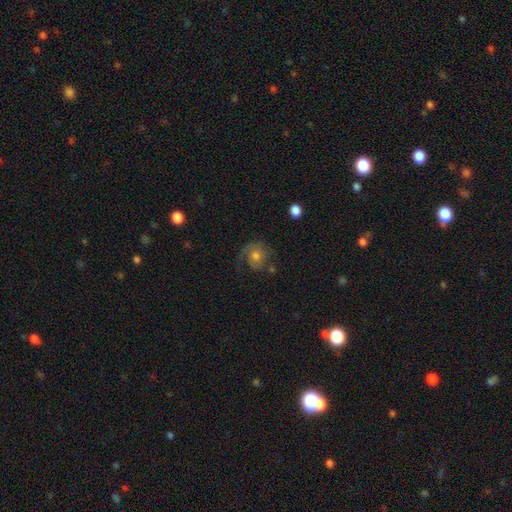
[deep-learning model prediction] Smooth or featured: featured or disk — 56% (smooth — 35%)
Edge-on disk: no — 97% (yes — 3%)
Bar: no — 79% (weak — 18%)
Spiral arms: yes — 87% (no — 13%)
Bulge size: moderate — 65% (small — 21%)
Merging: none — 56% (major disturbance — 21%)